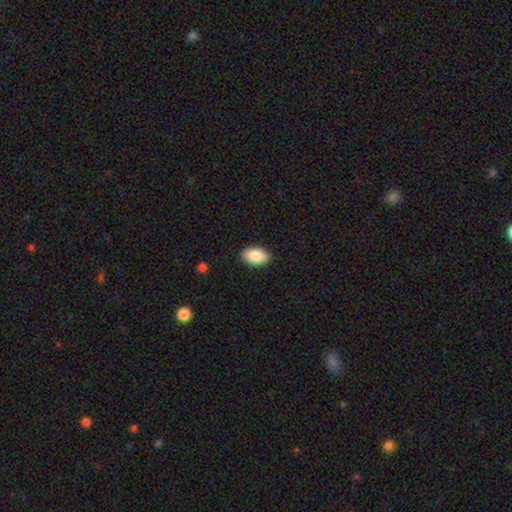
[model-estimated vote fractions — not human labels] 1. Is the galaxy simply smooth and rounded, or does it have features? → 88% smooth, 6% star or artifact, 6% featured or disk.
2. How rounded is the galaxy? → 94% in between, 4% round, 2% cigar-shaped.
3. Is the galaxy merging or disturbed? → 89% none, 8% minor disturbance, 2% major disturbance, 1% merger.